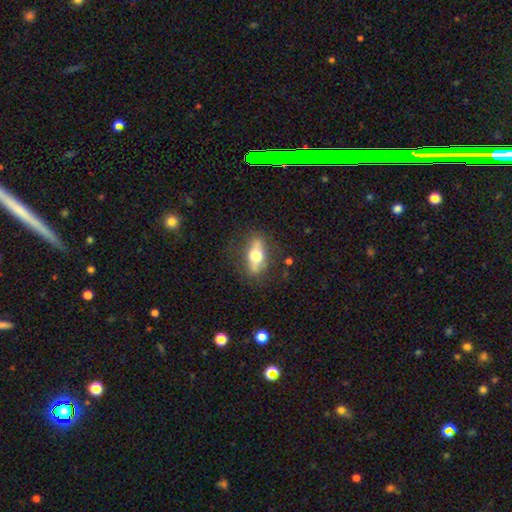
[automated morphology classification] Smooth or featured? smooth (52%)
How rounded? in between (67%)
Merging? none (79%)